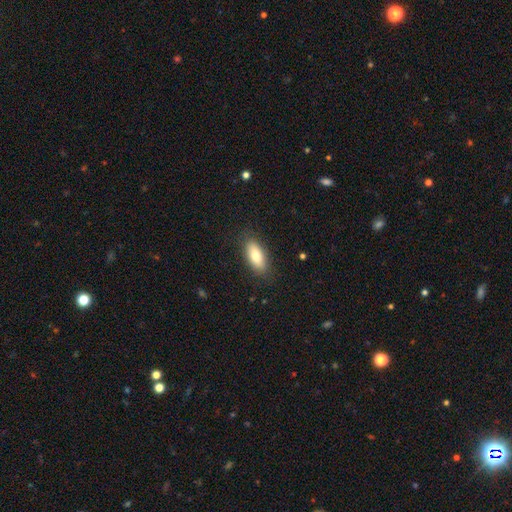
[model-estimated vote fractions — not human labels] Morphology: type=smooth (82%); roundness=in between (82%); merging=none (84%).